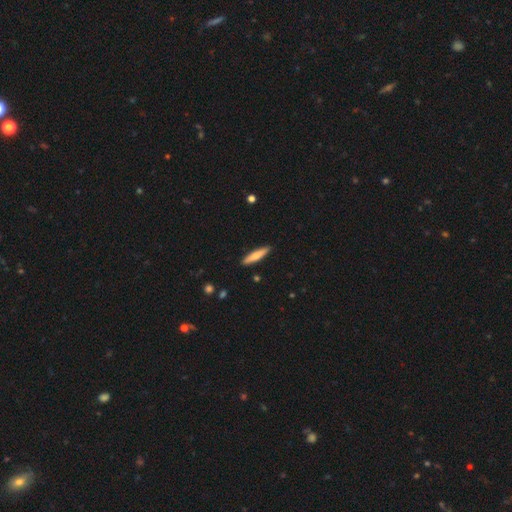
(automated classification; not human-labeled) A smooth galaxy with no disk features (70%) that is cigar-shaped (85%). Merging: none (90%).